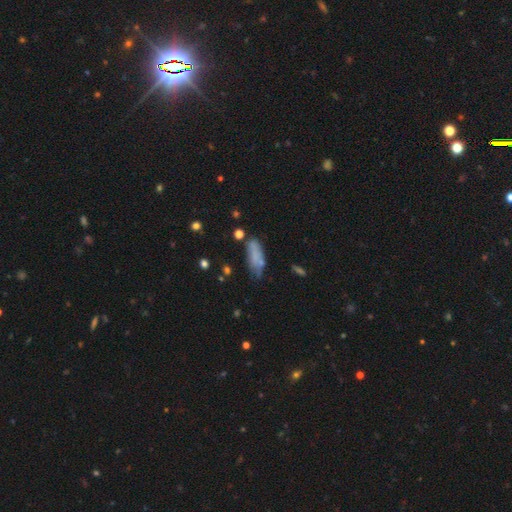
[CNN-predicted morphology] Smooth or featured: smooth — 69% (featured or disk — 20%)
How rounded: in between — 63% (cigar-shaped — 34%)
Merging: none — 49% (minor disturbance — 30%)